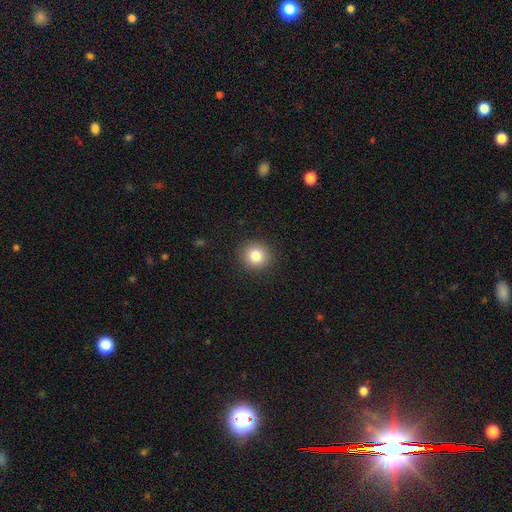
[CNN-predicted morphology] smooth 83%, star or artifact 10%, featured or disk 7%. Down the decision tree: how rounded — round (89%); merging — none (91%).